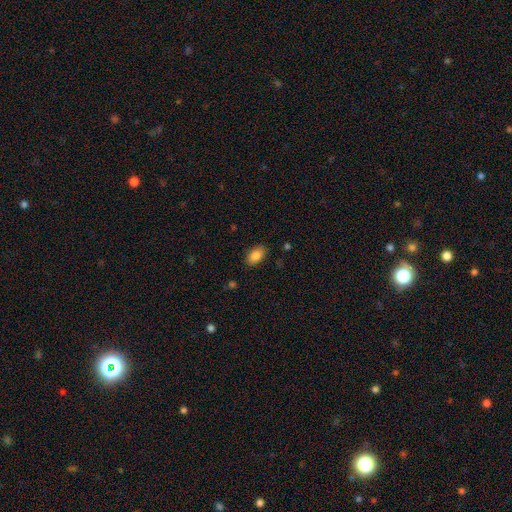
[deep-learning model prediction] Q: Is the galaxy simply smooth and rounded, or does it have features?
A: smooth — 86%.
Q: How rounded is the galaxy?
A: in between — 91%.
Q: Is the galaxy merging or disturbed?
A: none — 86%.